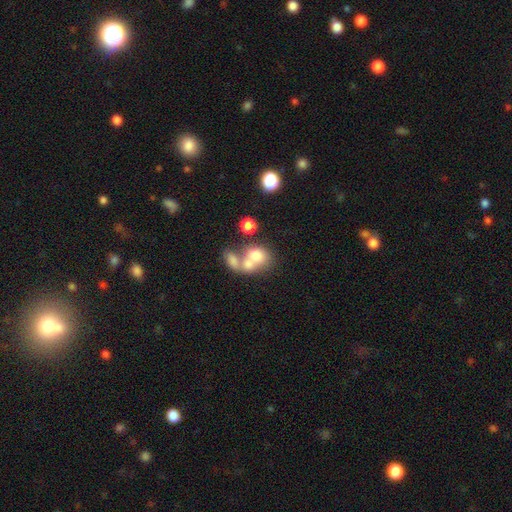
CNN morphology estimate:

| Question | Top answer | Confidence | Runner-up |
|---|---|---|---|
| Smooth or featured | smooth | 68% | featured or disk (21%) |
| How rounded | in between | 56% | round (43%) |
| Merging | merger | 63% | none (22%) |